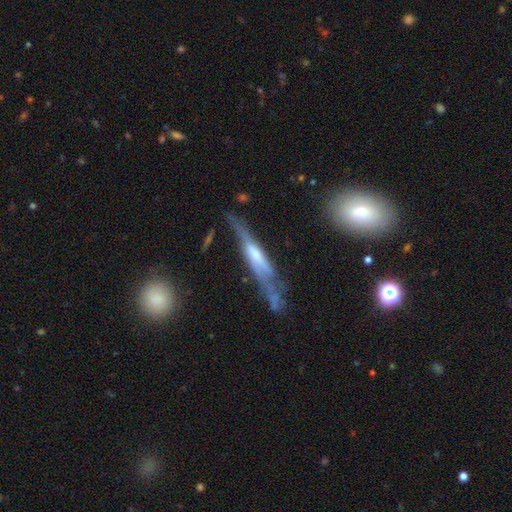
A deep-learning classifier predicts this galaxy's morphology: Smooth or featured? featured or disk (69%)
Edge-on disk? yes (77%)
Edge-on bulge? rounded (39%)
Merging? none (54%)